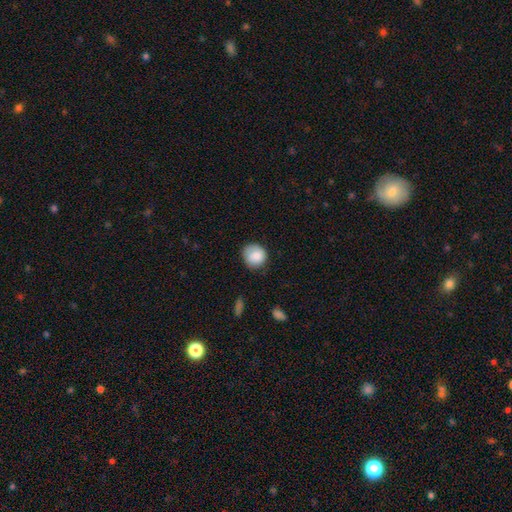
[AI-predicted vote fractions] Q: Smooth or featured?
A: smooth (85%); runner-up: star or artifact (8%)
Q: How rounded?
A: round (87%); runner-up: in between (12%)
Q: Merging?
A: none (74%); runner-up: minor disturbance (20%)